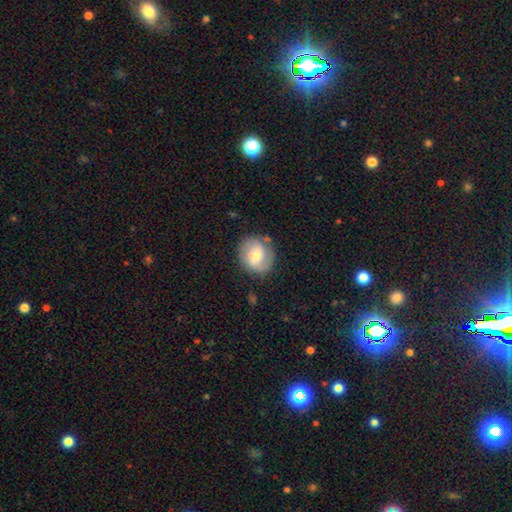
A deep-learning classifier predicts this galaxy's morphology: type=featured or disk (58%); edge-on=no (97%); bar=weak (47%); spiral arms=yes (83%); bulge=moderate (56%); merging=none (75%).